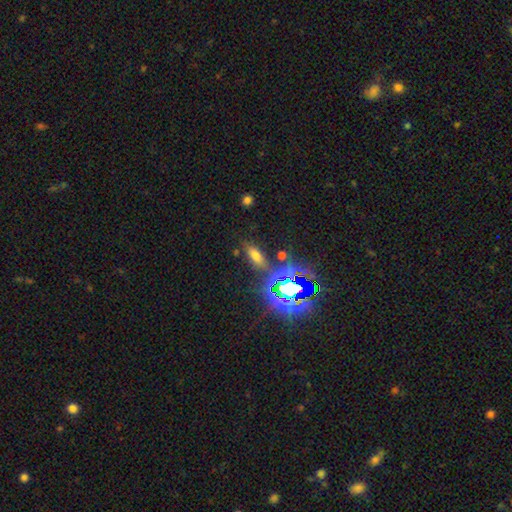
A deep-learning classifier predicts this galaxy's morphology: smooth 55%, star or artifact 32%, featured or disk 13%. Down the decision tree: how rounded — in between (69%); merging — none (78%).